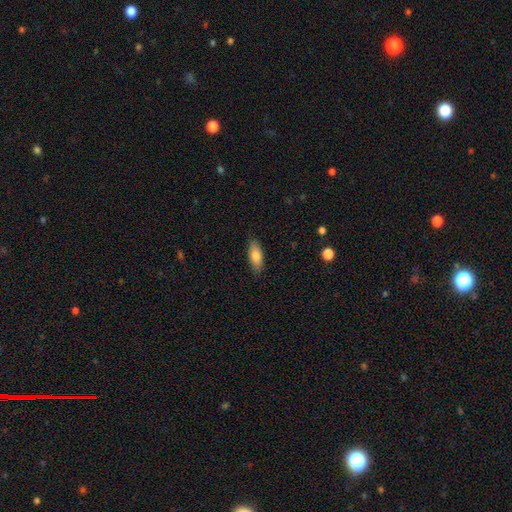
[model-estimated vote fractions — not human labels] This is likely a smooth galaxy (79%). How rounded: likely in between (78%). Merging: clearly none (86%).